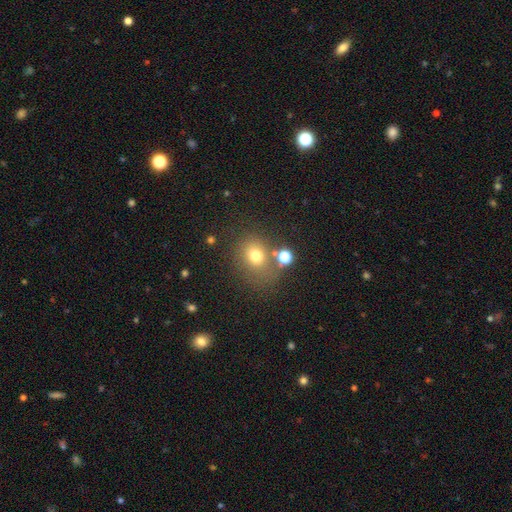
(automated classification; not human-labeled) Smooth or featured? smooth (71%)
How rounded? round (65%)
Merging? none (60%)